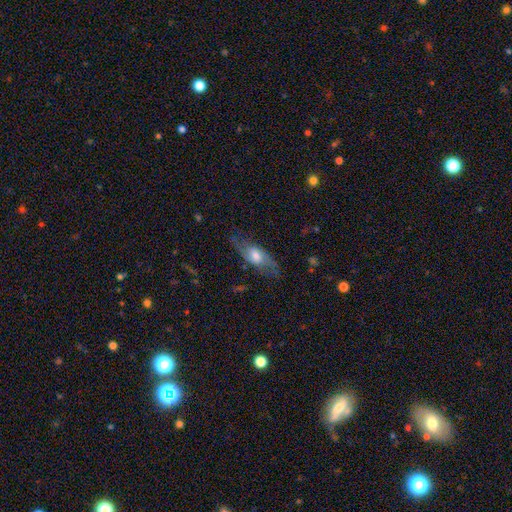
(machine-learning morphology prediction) type=featured or disk (50%); edge-on=no (69%); merging=none (71%).